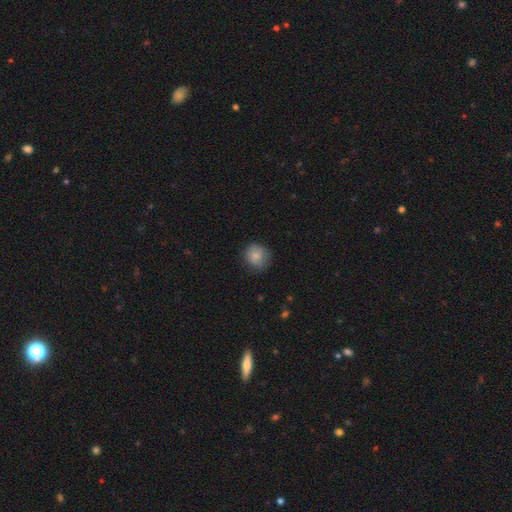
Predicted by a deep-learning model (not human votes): Smooth or featured: smooth — 82% (featured or disk — 9%)
How rounded: round — 88% (in between — 11%)
Merging: none — 77% (minor disturbance — 18%)